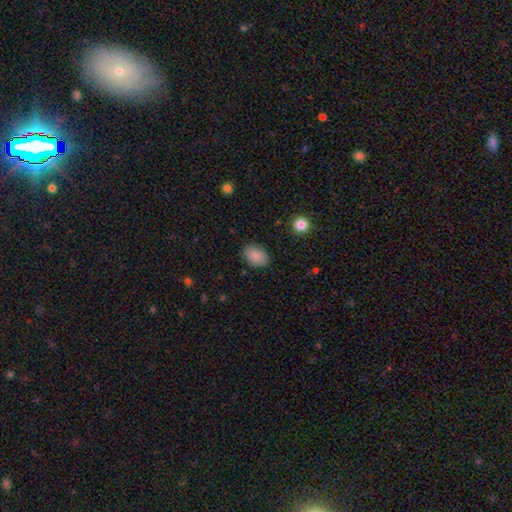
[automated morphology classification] smooth-or-featured: smooth: 88% | star or artifact: 7% | featured or disk: 4%
  how-rounded: in between: 84% | round: 15% | cigar-shaped: 1%
  merging: none: 86% | minor disturbance: 10% | major disturbance: 3% | merger: 1%